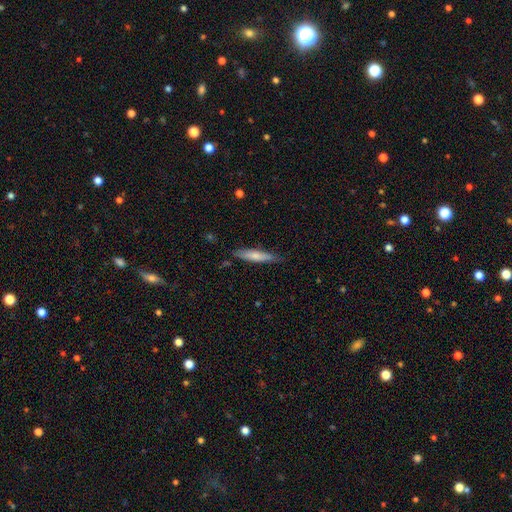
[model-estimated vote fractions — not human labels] Smooth or featured? Predicted: smooth (p=0.69). How rounded? Predicted: cigar-shaped (p=0.85). Merging? Predicted: none (p=0.82).